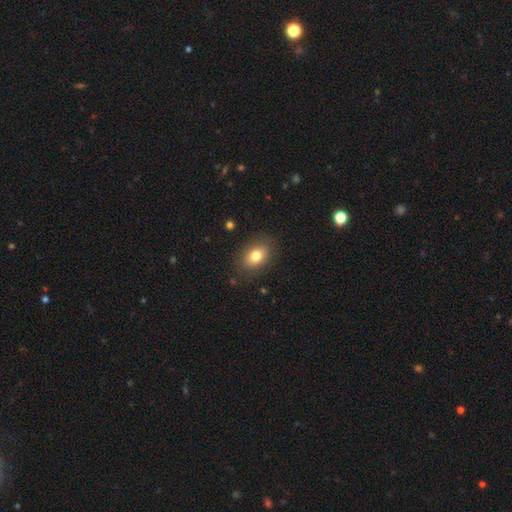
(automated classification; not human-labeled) A smooth galaxy with no disk features (79%) that is in between round and cigar-shaped (74%).

Vote fractions:
- Smooth or featured? smooth: 79% / featured or disk: 12% / star or artifact: 9%
- How rounded? in between: 74% / round: 24% / cigar-shaped: 1%
- Merging? none: 84% / minor disturbance: 11% / major disturbance: 4% / merger: 1%